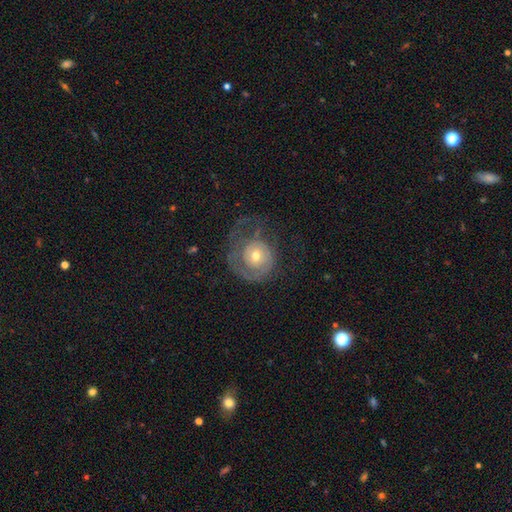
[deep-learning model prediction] A featured or disk galaxy (70%) with no bar (79%), 1 (41%) tight (58%) spiral arms (80%) and a moderate central bulge (52%).

Vote fractions:
- Smooth or featured? featured or disk: 70% / smooth: 23% / star or artifact: 7%
- Edge-on disk? no: 97% / yes: 3%
- Bar? no: 79% / weak: 17% / strong: 3%
- Spiral arms? yes: 80% / no: 20%
- Spiral winding? tight: 58% / medium: 27% / loose: 15%
- Spiral arm count? 1: 41% / can't tell: 26% / 2: 23% / 3: 5% / 4: 2% / more than 4: 2%
- Bulge size? moderate: 52% / small: 43% / large: 4% / none: 1% / dominant: 1%
- Merging? none: 47% / major disturbance: 33% / minor disturbance: 18% / merger: 2%